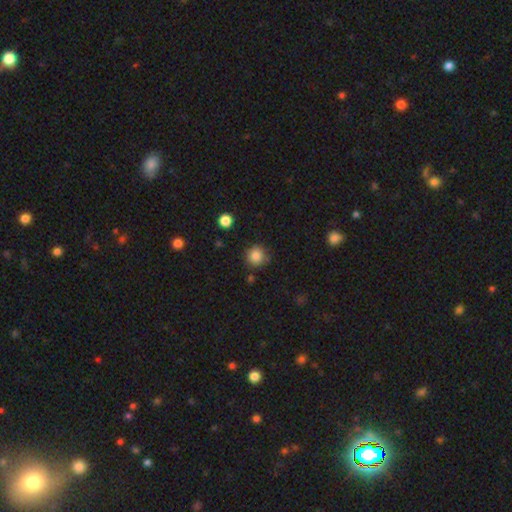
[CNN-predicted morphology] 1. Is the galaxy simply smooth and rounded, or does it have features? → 85% smooth, 11% star or artifact, 5% featured or disk.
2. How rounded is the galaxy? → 93% round, 6% in between, 1% cigar-shaped.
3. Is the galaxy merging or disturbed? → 80% none, 14% minor disturbance, 3% major disturbance, 3% merger.